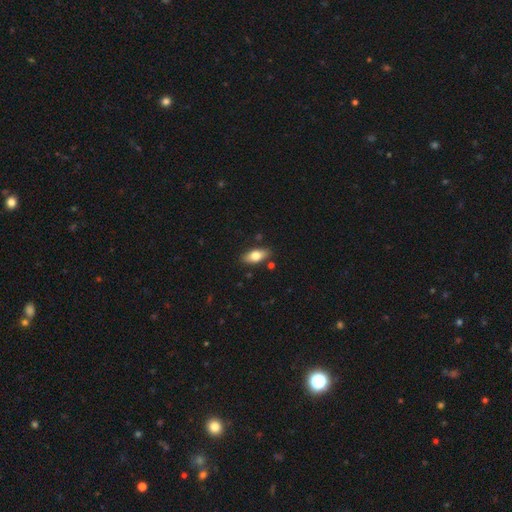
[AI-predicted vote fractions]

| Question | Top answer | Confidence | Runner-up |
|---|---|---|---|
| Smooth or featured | smooth | 73% | featured or disk (21%) |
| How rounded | in between | 85% | cigar-shaped (12%) |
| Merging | none | 85% | minor disturbance (11%) |